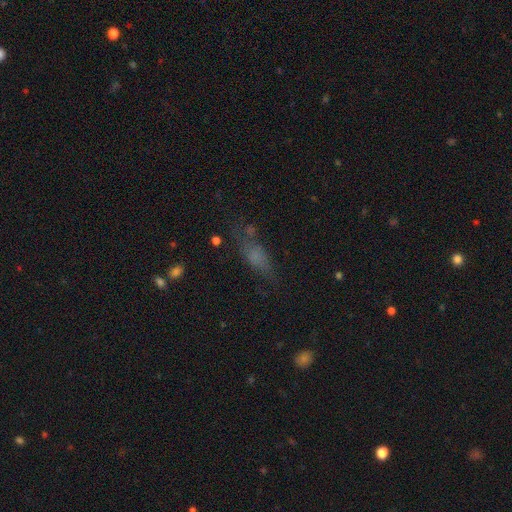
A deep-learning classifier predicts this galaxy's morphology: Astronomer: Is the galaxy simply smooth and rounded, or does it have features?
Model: smooth — 57%.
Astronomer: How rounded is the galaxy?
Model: in between — 57% (runner-up: cigar-shaped, 36%).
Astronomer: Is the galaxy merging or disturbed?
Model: none — 51%.